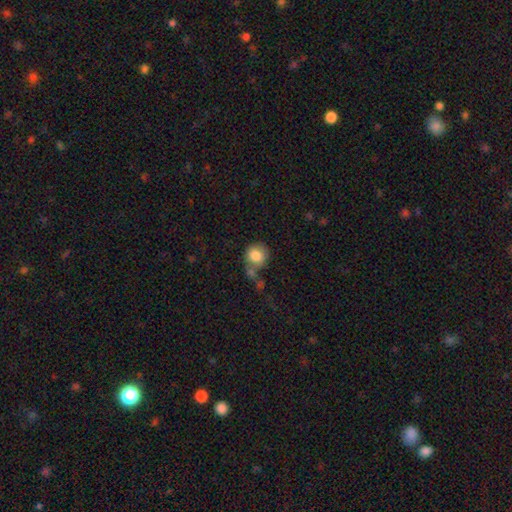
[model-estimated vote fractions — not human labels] The model was most divided on "merging": none: 52%, merger: 22%, minor disturbance: 17%, major disturbance: 8%. More confident: how rounded — round (86%); smooth or featured — smooth (83%).